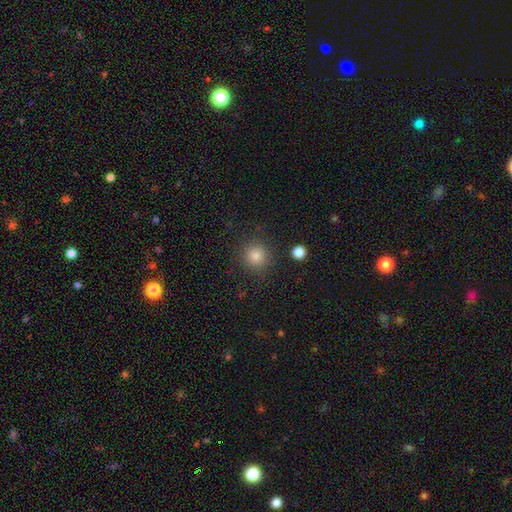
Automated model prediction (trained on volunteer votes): Smooth or featured? smooth (82%)
How rounded? round (94%)
Merging? none (89%)